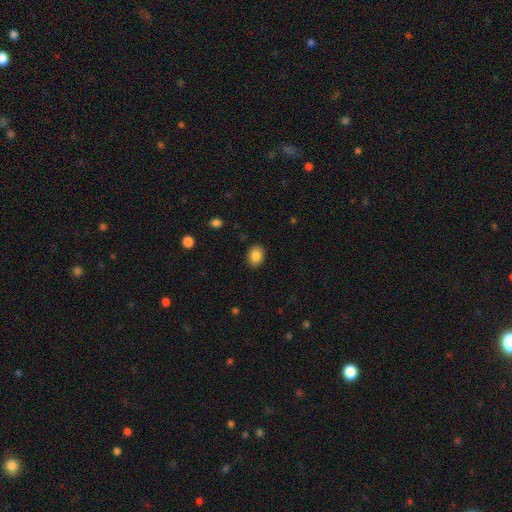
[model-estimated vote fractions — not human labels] A smooth galaxy with no disk features (86%) that is in between round and cigar-shaped (64%).

Vote fractions:
- Smooth or featured? smooth: 86% / star or artifact: 8% / featured or disk: 6%
- How rounded? in between: 64% / round: 36% / cigar-shaped: 1%
- Merging? none: 89% / minor disturbance: 8% / major disturbance: 2% / merger: 1%